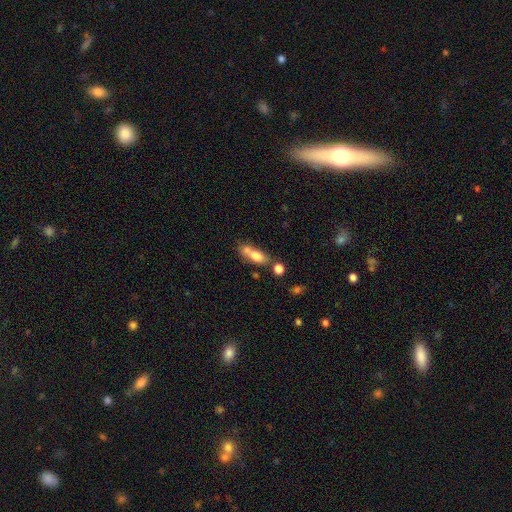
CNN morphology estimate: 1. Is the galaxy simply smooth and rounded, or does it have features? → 72% smooth, 18% featured or disk, 10% star or artifact.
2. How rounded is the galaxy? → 67% in between, 21% cigar-shaped, 12% round.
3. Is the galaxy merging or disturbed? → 47% merger, 32% none, 13% minor disturbance, 8% major disturbance.